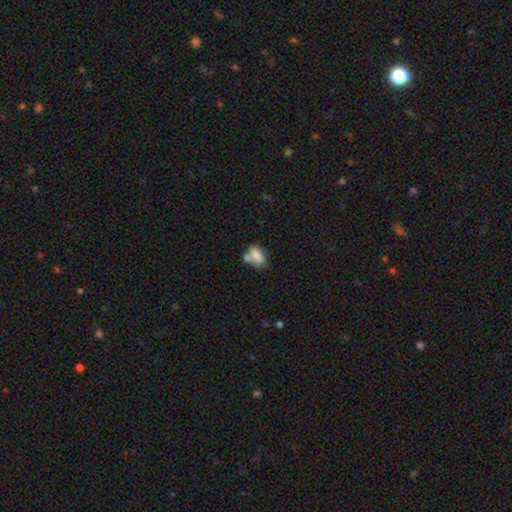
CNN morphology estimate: Q: Smooth or featured?
A: smooth (74%); runner-up: featured or disk (17%)
Q: How rounded?
A: in between (86%); runner-up: round (10%)
Q: Merging?
A: merger (39%); runner-up: none (37%)